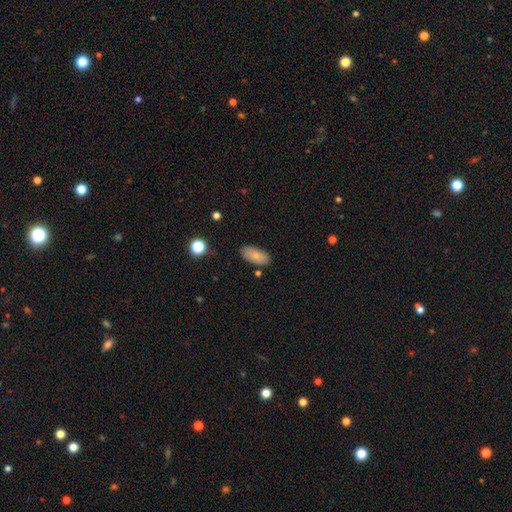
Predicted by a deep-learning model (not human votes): Q: Smooth or featured?
A: smooth (78%); runner-up: featured or disk (14%)
Q: How rounded?
A: in between (90%); runner-up: cigar-shaped (6%)
Q: Merging?
A: none (82%); runner-up: minor disturbance (13%)